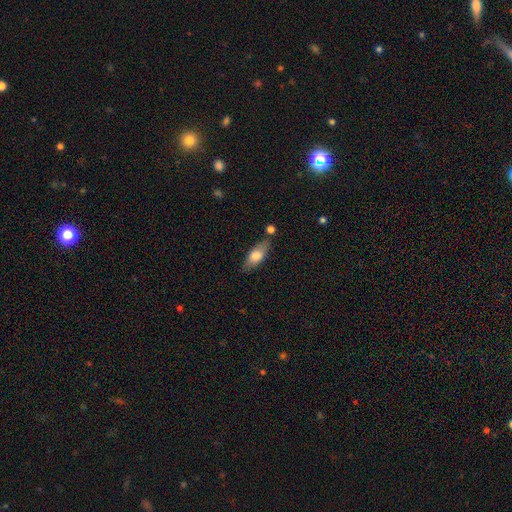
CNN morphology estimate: This is likely a smooth galaxy (68%). How rounded: likely in between (74%). Merging: likely none (69%).